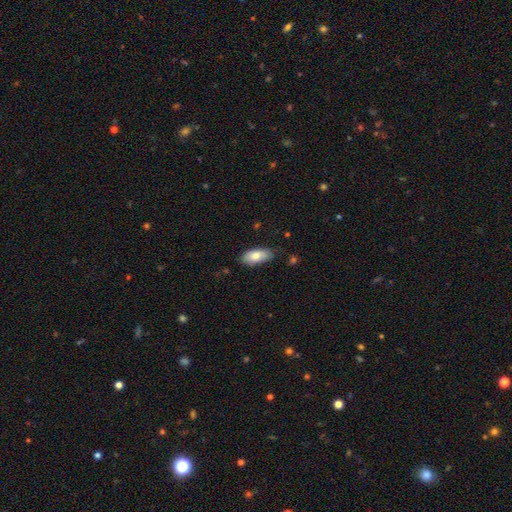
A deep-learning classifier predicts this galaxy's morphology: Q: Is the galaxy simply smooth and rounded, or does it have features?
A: smooth — 79%.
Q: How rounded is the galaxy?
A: in between — 87%.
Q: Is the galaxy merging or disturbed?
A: none — 78%.